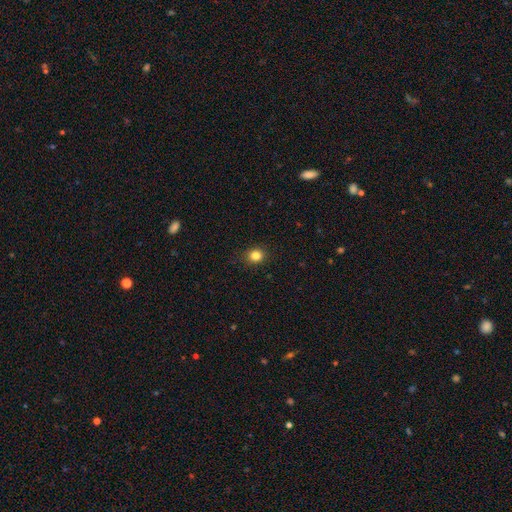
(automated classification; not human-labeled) The model was most divided on "how rounded": round: 74%, in between: 25%, cigar-shaped: 1%. More confident: merging — none (89%); smooth or featured — smooth (83%).